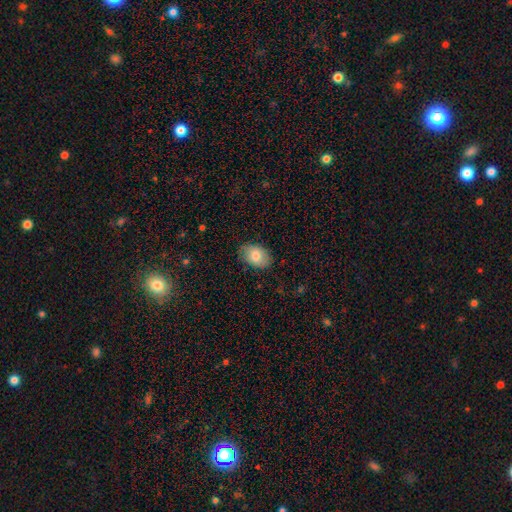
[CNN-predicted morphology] Smooth or featured? smooth (79%)
How rounded? in between (81%)
Merging? none (82%)